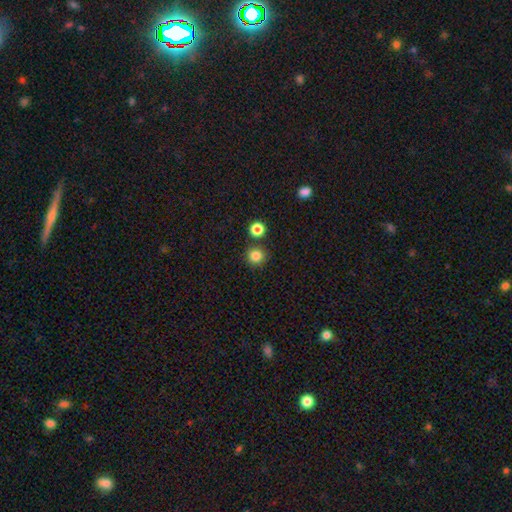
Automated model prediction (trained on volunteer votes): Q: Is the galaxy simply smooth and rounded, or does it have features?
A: smooth — 83%.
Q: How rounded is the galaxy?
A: round — 94%.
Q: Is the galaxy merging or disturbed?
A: none — 83%.